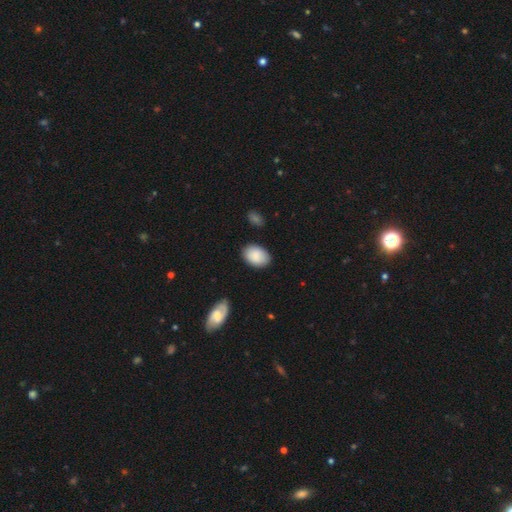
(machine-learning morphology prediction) Smooth or featured?
  - smooth: 88% *
  - star or artifact: 6%
  - featured or disk: 6%
How rounded?
  - in between: 85% *
  - round: 14%
  - cigar-shaped: 1%
Merging?
  - none: 82% *
  - minor disturbance: 13%
  - major disturbance: 3%
  - merger: 2%